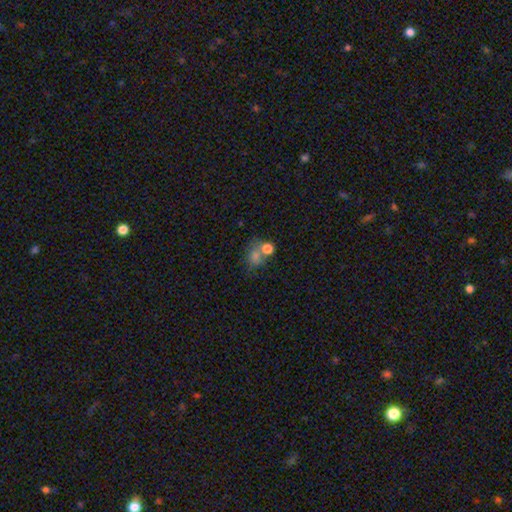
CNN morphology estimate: This appears to be a smooth galaxy with no disk features (66%) that is round (57%). Merging: none (43%).